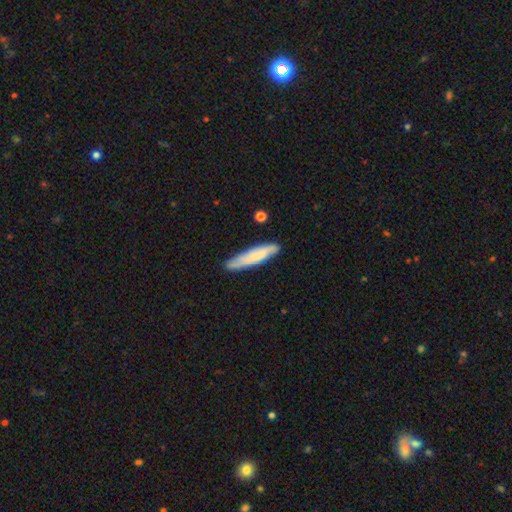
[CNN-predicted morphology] Overall: smooth (65%; featured or disk 30%). How rounded: cigar-shaped (86%). Merging: none (80%).